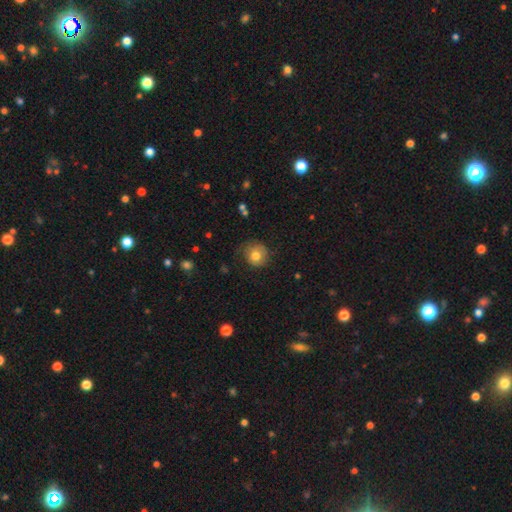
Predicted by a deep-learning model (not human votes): Smooth or featured? smooth (79%)
How rounded? round (88%)
Merging? none (72%)